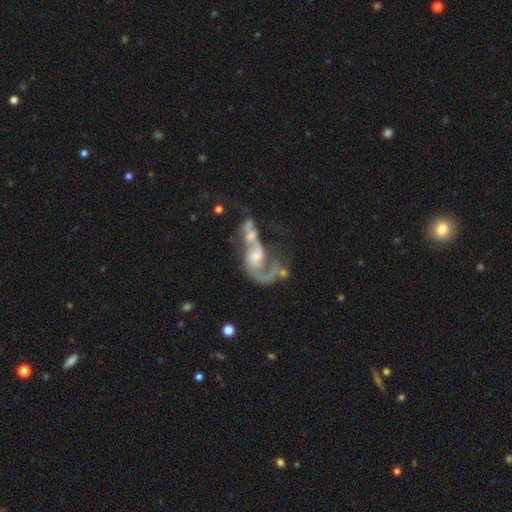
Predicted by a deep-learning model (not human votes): Smooth or featured: featured or disk — 73% (smooth — 16%)
Edge-on disk: no — 94% (yes — 6%)
Bar: no — 64% (weak — 27%)
Spiral arms: yes — 70% (no — 30%)
Bulge size: moderate — 41% (small — 27%)
Merging: merger — 54% (major disturbance — 24%)